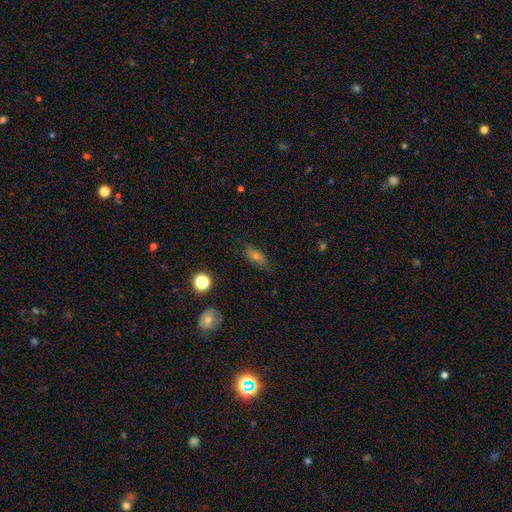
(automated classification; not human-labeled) A smooth galaxy with no disk features (53%) that is in between round and cigar-shaped (61%). Merging: none (78%).